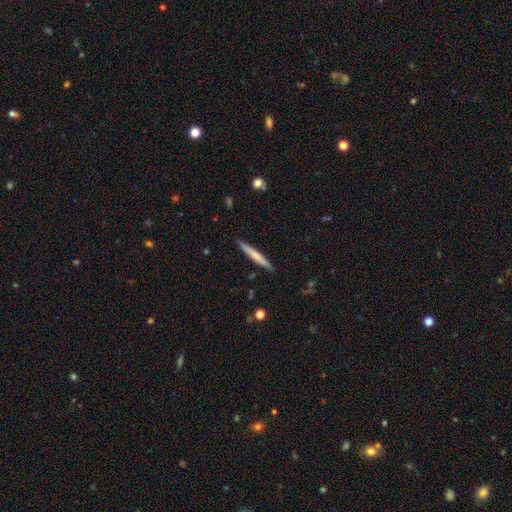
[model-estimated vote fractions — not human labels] This appears to be a smooth galaxy with no disk features (64%) that is cigar-shaped (96%). Merging: none (91%).